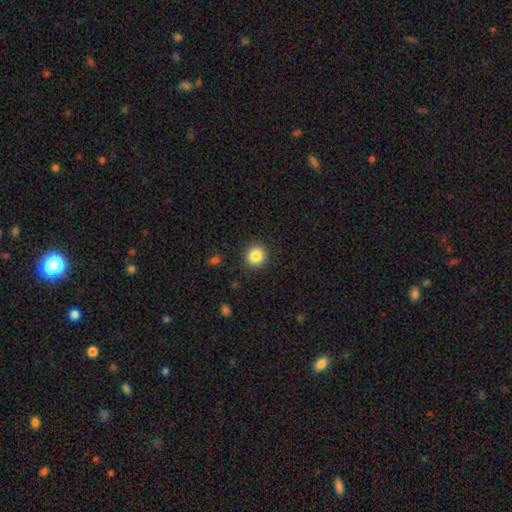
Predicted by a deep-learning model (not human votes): This appears to be a smooth galaxy with no disk features (86%) that is round (91%). Merging: none (90%).